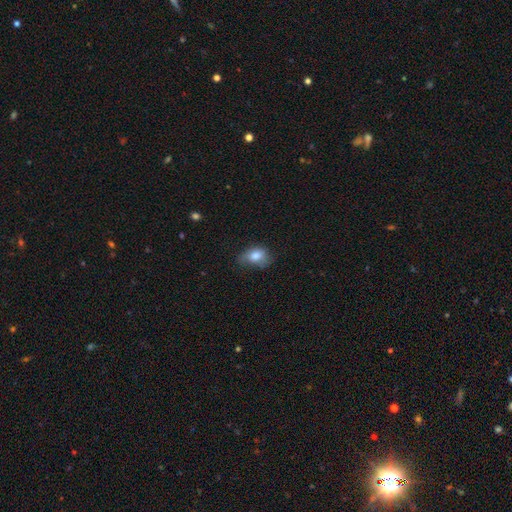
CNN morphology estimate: Smooth or featured: smooth — 79% (featured or disk — 12%)
How rounded: in between — 75% (round — 23%)
Merging: none — 45% (minor disturbance — 38%)